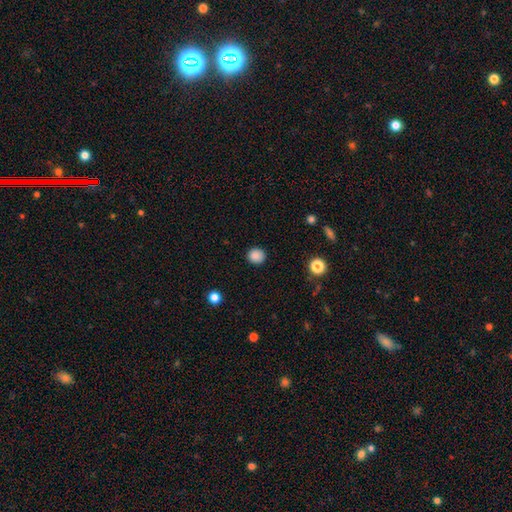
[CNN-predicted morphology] This is clearly a smooth galaxy (86%). How rounded: clearly round (88%). Merging: clearly none (90%).